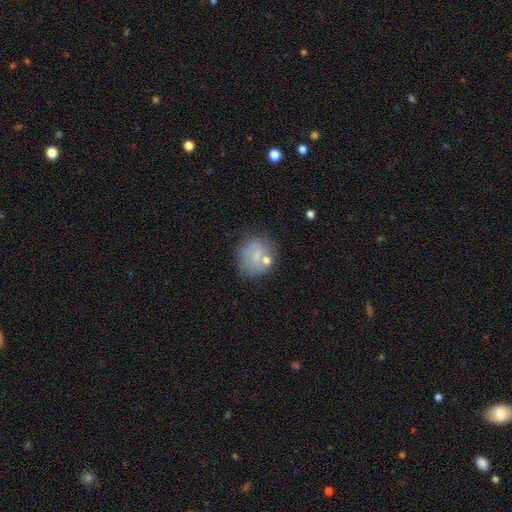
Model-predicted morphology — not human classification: type=smooth (50%); roundness=round (73%); merging=none (55%).